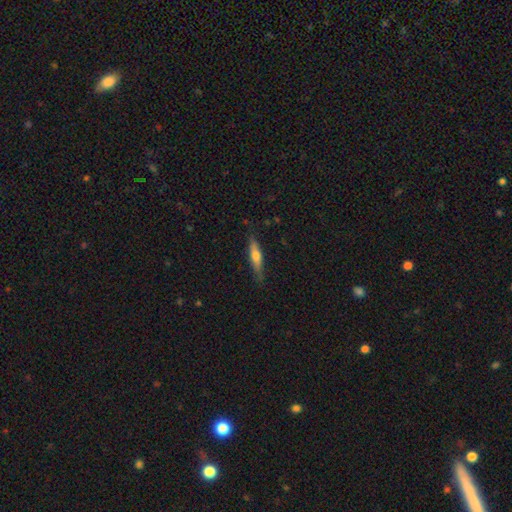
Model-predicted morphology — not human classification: Smooth or featured? smooth (50%)
Merging? none (82%)